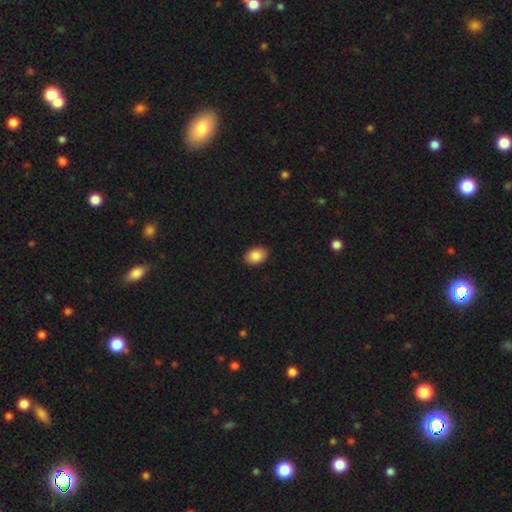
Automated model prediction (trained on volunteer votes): Smooth or featured: smooth — 88% (star or artifact — 8%)
How rounded: in between — 79% (round — 20%)
Merging: none — 90% (minor disturbance — 8%)